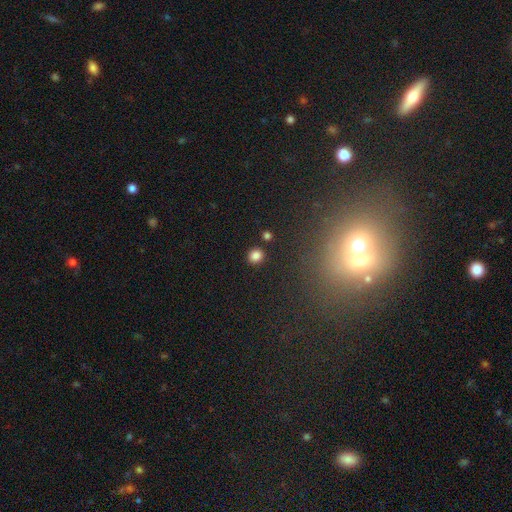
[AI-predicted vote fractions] Morphology: type=smooth (84%); roundness=round (83%); merging=none (88%).